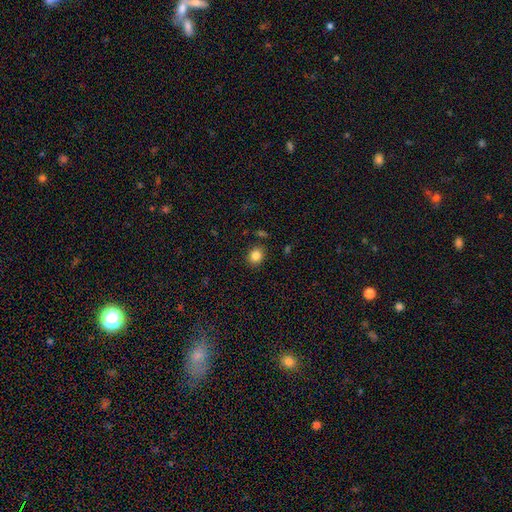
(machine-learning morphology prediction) type=smooth (84%); roundness=round (69%); merging=none (86%).